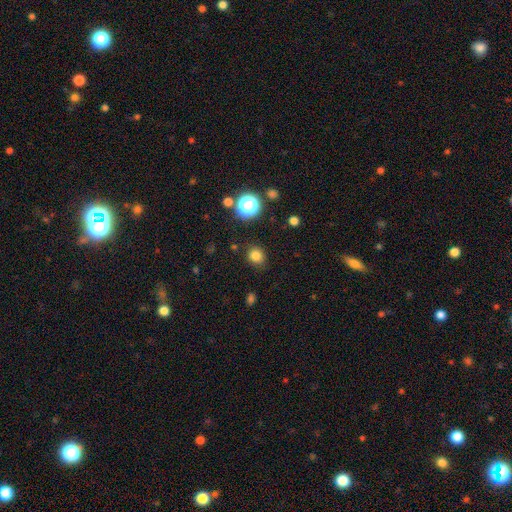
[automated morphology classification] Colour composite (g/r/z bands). It shows a smooth galaxy with no disk features (80%) that is round (79%). Merging: none (85%).